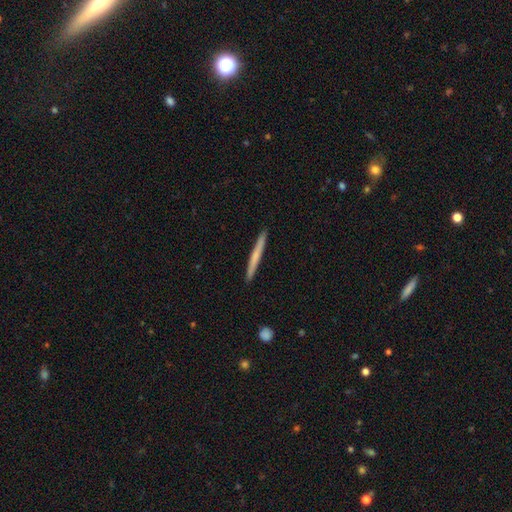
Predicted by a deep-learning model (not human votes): Smooth or featured?
  - smooth: 59% *
  - featured or disk: 36%
  - star or artifact: 5%
How rounded?
  - cigar-shaped: 97% *
  - in between: 2%
  - round: 1%
Merging?
  - none: 92% *
  - minor disturbance: 5%
  - major disturbance: 1%
  - merger: 1%